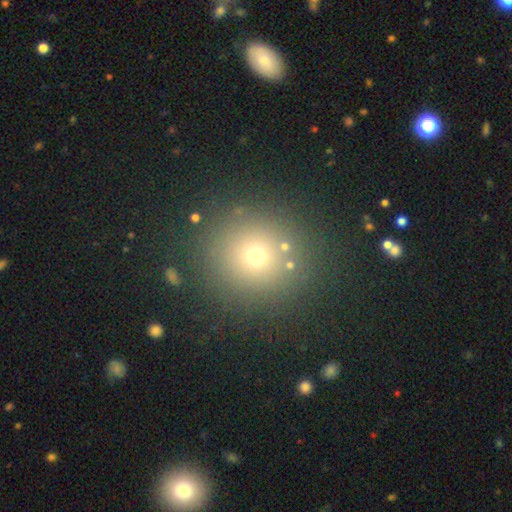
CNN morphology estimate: A smooth galaxy with no disk features (66%) that is round (91%). Merging: none (85%).